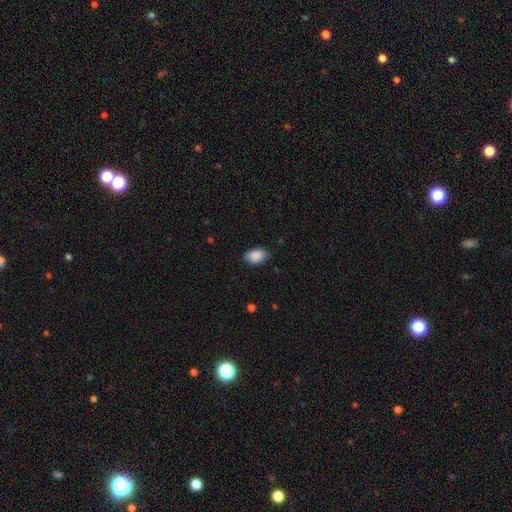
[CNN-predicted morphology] A smooth galaxy with no disk features (89%) that is in between round and cigar-shaped (91%).

Vote fractions:
- Smooth or featured? smooth: 89% / star or artifact: 7% / featured or disk: 4%
- How rounded? in between: 91% / round: 8% / cigar-shaped: 1%
- Merging? none: 83% / minor disturbance: 14% / major disturbance: 3% / merger: 1%